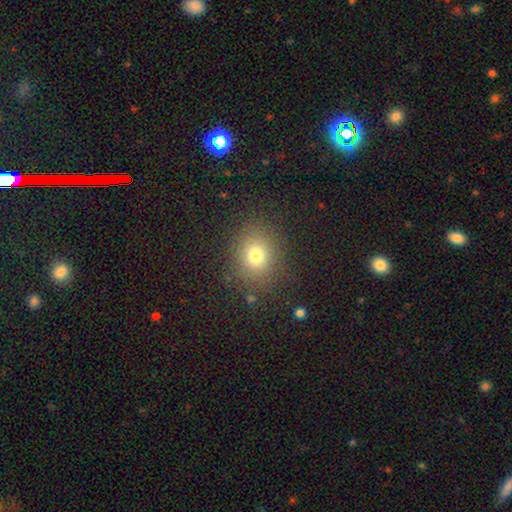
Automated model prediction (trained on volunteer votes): Q: Smooth or featured?
A: smooth (74%); runner-up: star or artifact (17%)
Q: How rounded?
A: round (73%); runner-up: in between (26%)
Q: Merging?
A: none (85%); runner-up: minor disturbance (9%)